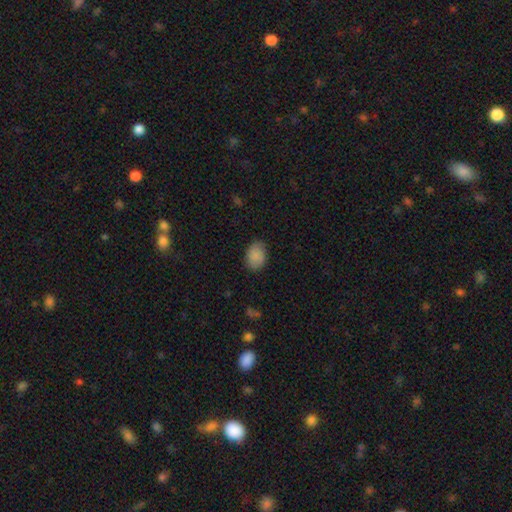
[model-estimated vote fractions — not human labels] The model was most divided on "how rounded": in between: 76%, round: 23%, cigar-shaped: 1%. More confident: smooth or featured — smooth (85%); merging — none (77%).